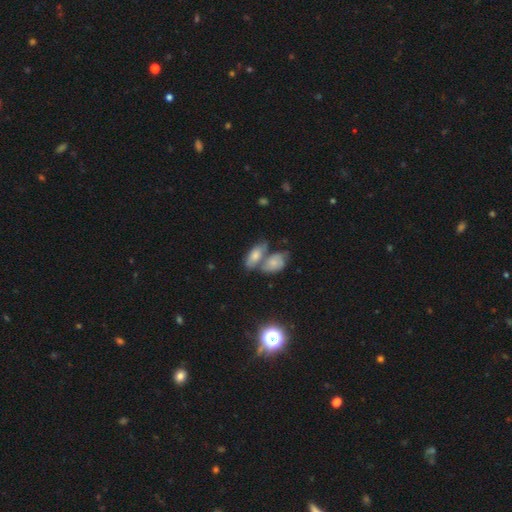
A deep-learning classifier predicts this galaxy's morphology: The model was most divided on "merging": merger: 45%, none: 39%, minor disturbance: 12%, major disturbance: 5%. More confident: how rounded — in between (78%); smooth or featured — smooth (52%).